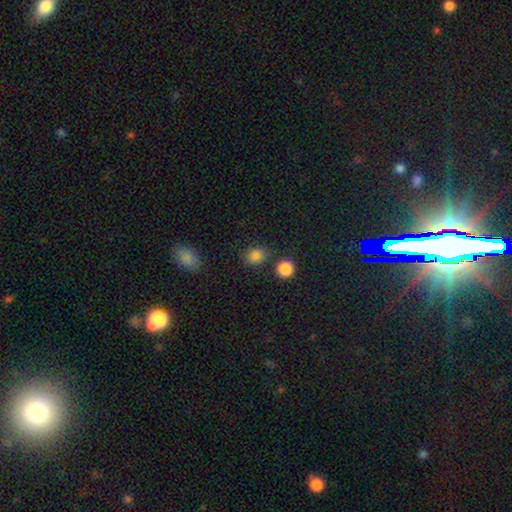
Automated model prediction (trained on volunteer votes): smooth_or_featured: smooth (p=0.83) [alt: star or artifact p=0.12]
how_rounded: round (p=0.56) [alt: in between p=0.43]
merging: none (p=0.75) [alt: minor disturbance p=0.13]